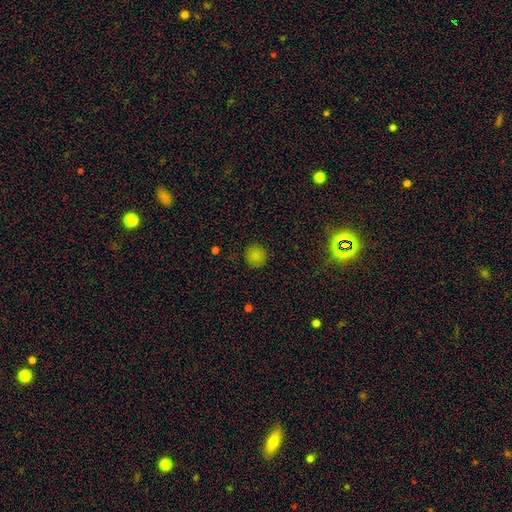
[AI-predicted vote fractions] Morphology: type=smooth (82%); roundness=round (93%); merging=none (89%).